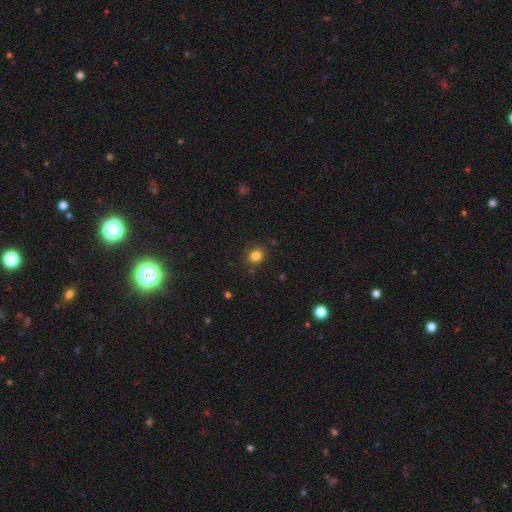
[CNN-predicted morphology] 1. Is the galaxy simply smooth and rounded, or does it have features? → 83% smooth, 12% star or artifact, 5% featured or disk.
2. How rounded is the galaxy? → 77% round, 22% in between, 1% cigar-shaped.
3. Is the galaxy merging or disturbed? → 84% none, 11% minor disturbance, 3% major disturbance, 2% merger.